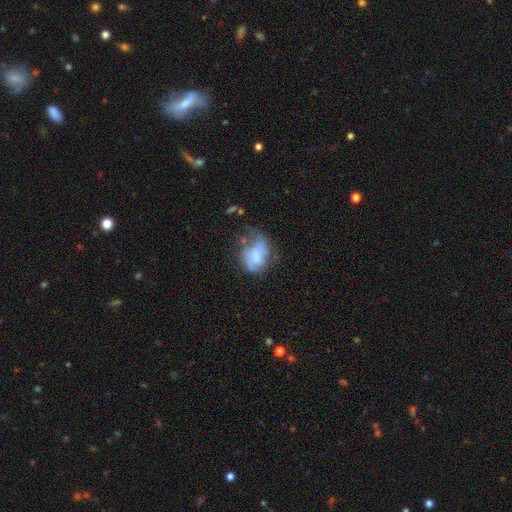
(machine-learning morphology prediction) This appears to be a featured or disk galaxy (45%). Merging: major disturbance (37%).